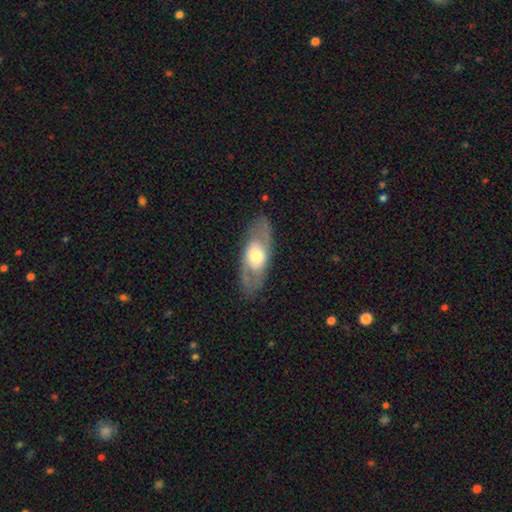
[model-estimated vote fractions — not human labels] Overall: featured or disk (57%; smooth 37%). Edge-on disk: no (78%). Merging: none (80%).